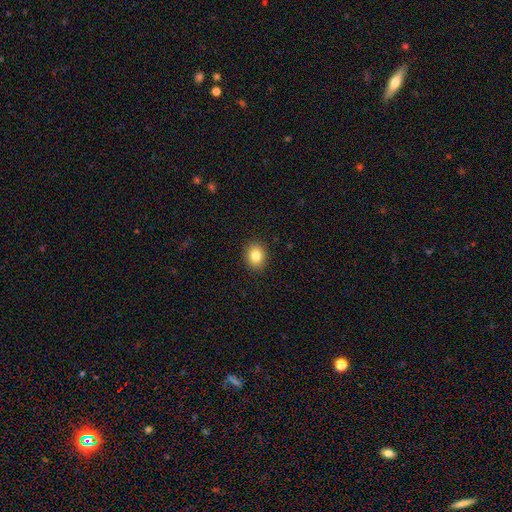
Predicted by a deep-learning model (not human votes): Smooth or featured? smooth (84%)
How rounded? round (56%)
Merging? none (91%)